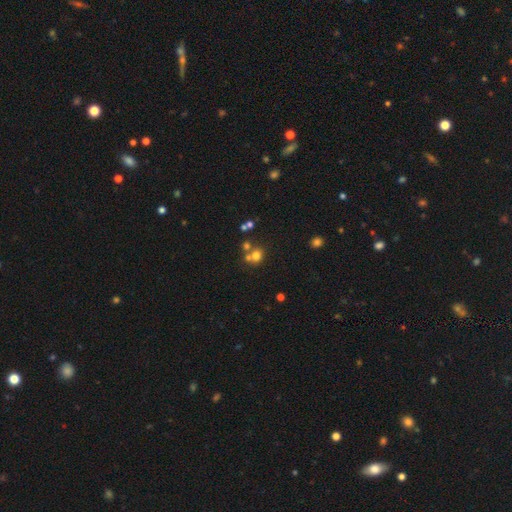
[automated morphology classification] Smooth or featured? Predicted: smooth (p=0.67). How rounded? Predicted: round (p=0.79). Merging? Predicted: none (p=0.50).